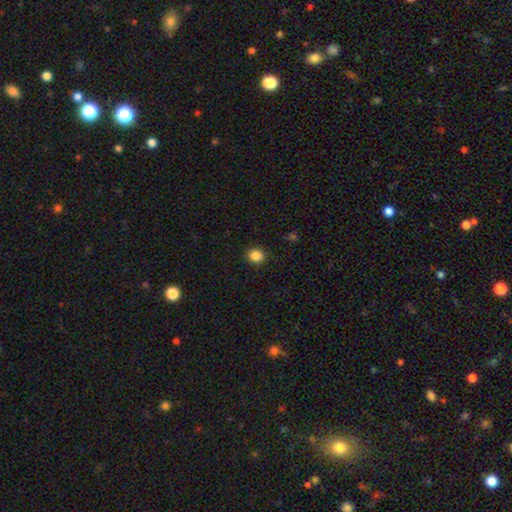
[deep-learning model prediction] Smooth or featured? Predicted: smooth (p=0.86). How rounded? Predicted: round (p=0.79). Merging? Predicted: none (p=0.90).